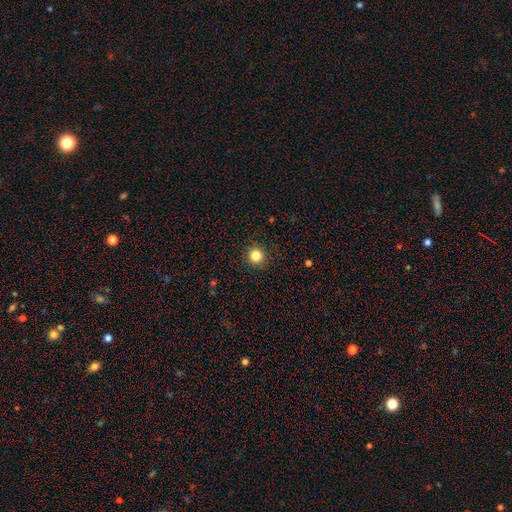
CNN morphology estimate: This is clearly a smooth galaxy (83%). How rounded: clearly round (95%). Merging: clearly none (92%).